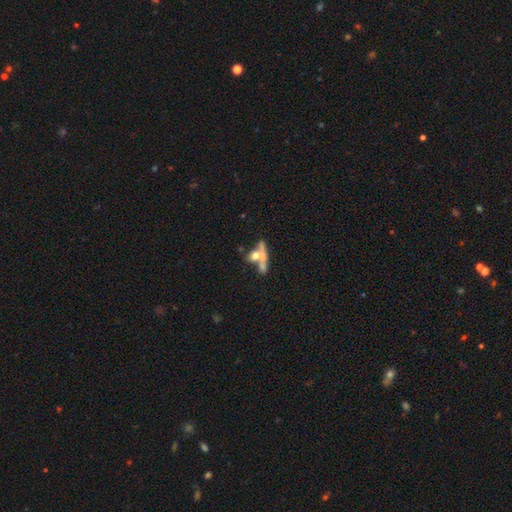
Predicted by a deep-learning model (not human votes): A smooth galaxy with no disk features (49%). Merging: merger (48%).